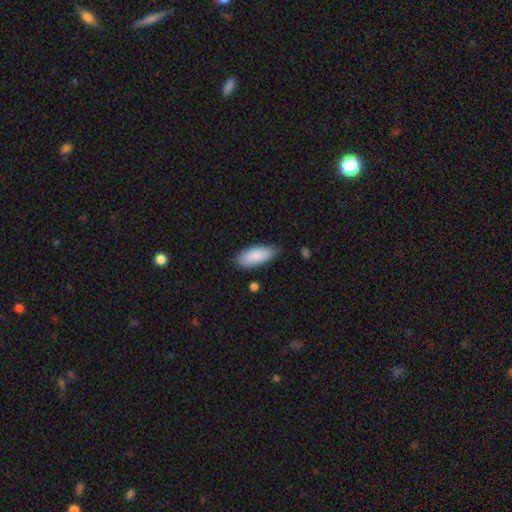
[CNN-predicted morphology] smooth-or-featured: smooth: 86% | featured or disk: 8% | star or artifact: 6%
  how-rounded: in between: 86% | cigar-shaped: 13% | round: 2%
  merging: none: 78% | minor disturbance: 17% | major disturbance: 3% | merger: 2%